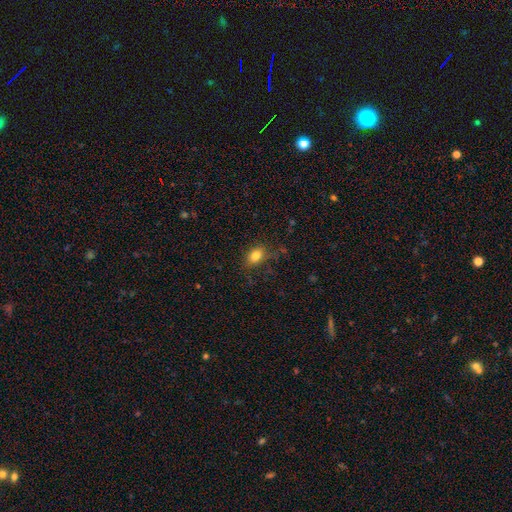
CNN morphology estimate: Smooth or featured: smooth — 81% (star or artifact — 11%)
How rounded: in between — 76% (round — 22%)
Merging: none — 75% (minor disturbance — 17%)